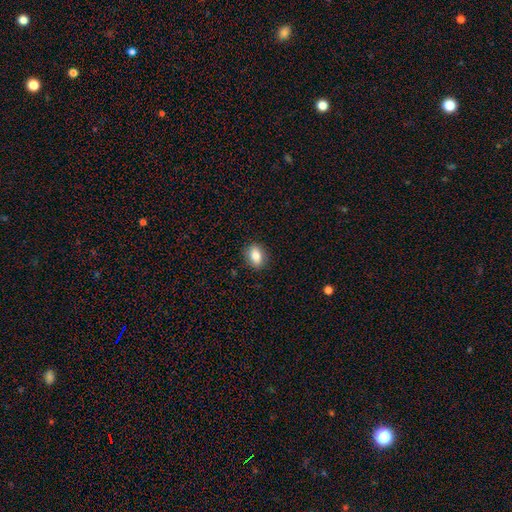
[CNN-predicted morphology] type=smooth (84%); roundness=in between (72%); merging=none (87%).